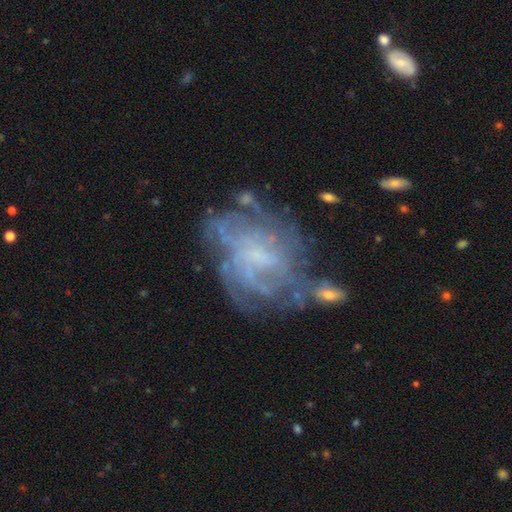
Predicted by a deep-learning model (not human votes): Smooth or featured? Predicted: featured or disk (p=0.75). Edge-on disk? Predicted: no (p=0.97). Bar? Predicted: no (p=0.57). Spiral arms? Predicted: yes (p=0.71). Spiral winding? Predicted: tight (p=0.46). Spiral arm count? Predicted: can't tell (p=0.56). Bulge size? Predicted: small (p=0.40). Merging? Predicted: none (p=0.50).